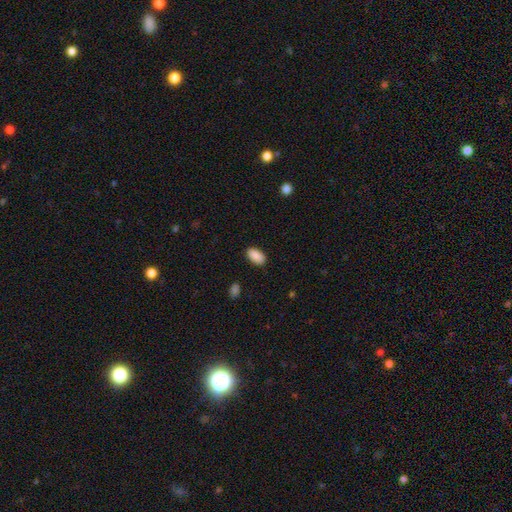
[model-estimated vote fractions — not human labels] This appears to be a smooth galaxy with no disk features (90%) that is in between round and cigar-shaped (94%). Merging: none (87%).